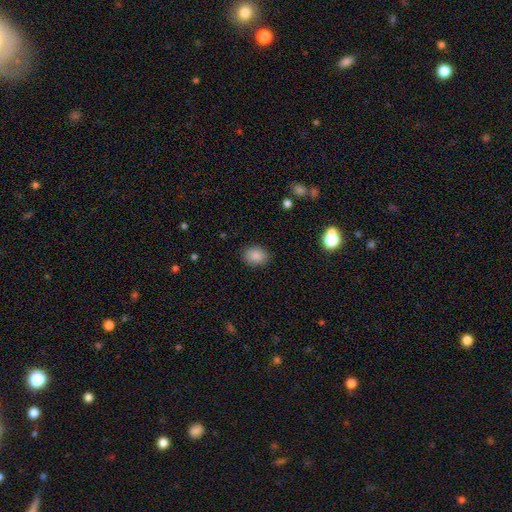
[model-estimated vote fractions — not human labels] Smooth or featured?
  - smooth: 87% *
  - star or artifact: 9%
  - featured or disk: 4%
How rounded?
  - in between: 62% *
  - round: 37%
  - cigar-shaped: 1%
Merging?
  - none: 87% *
  - minor disturbance: 9%
  - major disturbance: 3%
  - merger: 1%